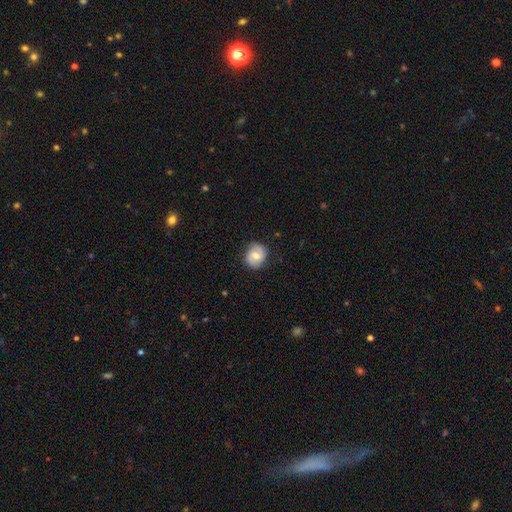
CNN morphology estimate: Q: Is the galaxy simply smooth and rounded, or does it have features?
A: smooth — 50%.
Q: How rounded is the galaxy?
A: round — 70%.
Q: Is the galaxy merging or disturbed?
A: none — 83%.